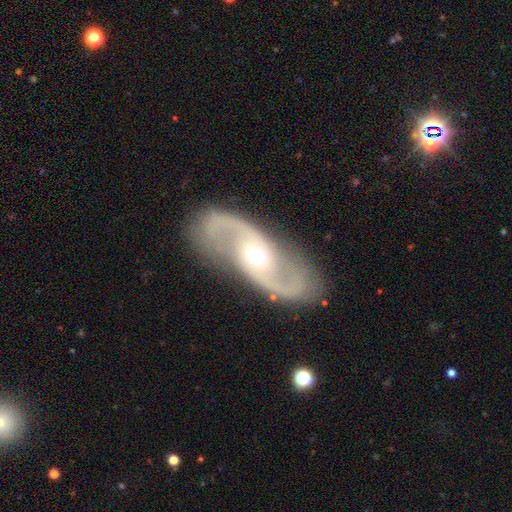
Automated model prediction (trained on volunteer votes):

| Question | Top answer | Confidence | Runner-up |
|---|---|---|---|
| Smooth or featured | featured or disk | 89% | smooth (6%) |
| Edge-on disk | no | 95% | yes (5%) |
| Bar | no | 62% | weak (27%) |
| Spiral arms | yes | 95% | no (5%) |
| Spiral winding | medium | 48% | loose (36%) |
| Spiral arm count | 2 | 93% | can't tell (2%) |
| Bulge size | moderate | 68% | small (21%) |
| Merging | none | 85% | minor disturbance (10%) |